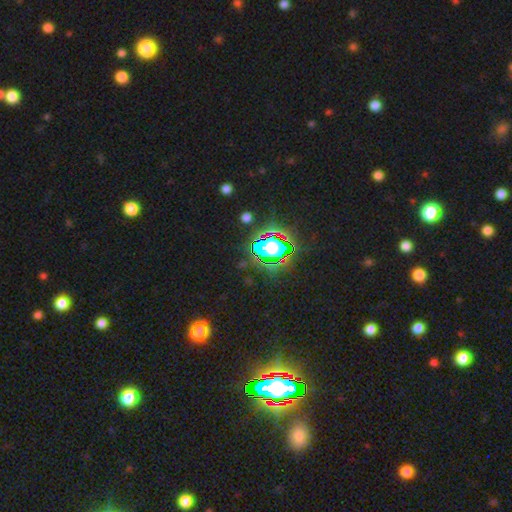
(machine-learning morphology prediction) The model was most divided on "smooth or featured": star or artifact: 85%, smooth: 9%, featured or disk: 6%.